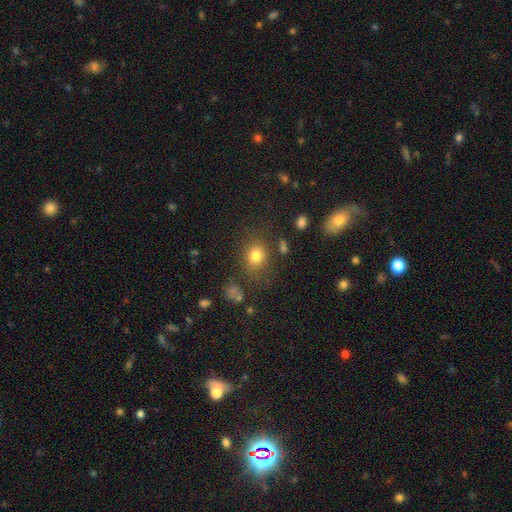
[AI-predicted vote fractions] A smooth galaxy with no disk features (79%) that is round (65%).

Vote fractions:
- Smooth or featured? smooth: 79% / star or artifact: 14% / featured or disk: 8%
- How rounded? round: 65% / in between: 34% / cigar-shaped: 1%
- Merging? none: 72% / minor disturbance: 15% / major disturbance: 8% / merger: 5%